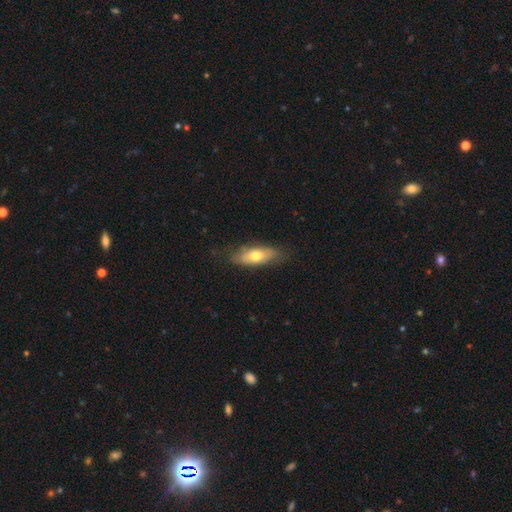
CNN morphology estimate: This is likely a smooth galaxy (63%). How rounded: likely in between (70%). Merging: likely none (74%).